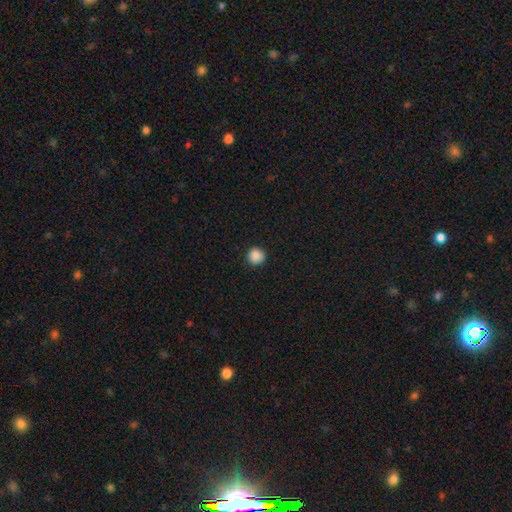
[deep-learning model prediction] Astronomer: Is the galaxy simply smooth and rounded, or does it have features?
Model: smooth — 88%.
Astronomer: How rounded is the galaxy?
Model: round — 95%.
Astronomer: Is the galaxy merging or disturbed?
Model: none — 92%.